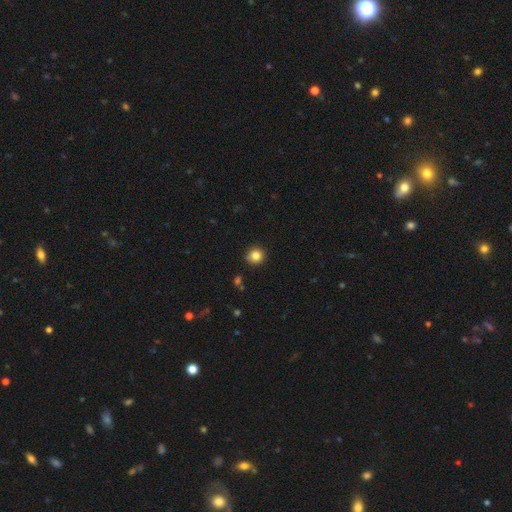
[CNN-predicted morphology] Smooth or featured? smooth (84%)
How rounded? round (90%)
Merging? none (88%)